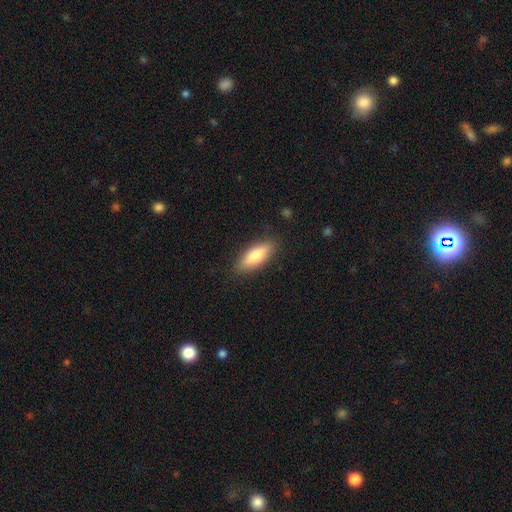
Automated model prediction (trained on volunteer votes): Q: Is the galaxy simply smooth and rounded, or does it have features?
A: smooth — 72%.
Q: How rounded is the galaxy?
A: in between — 60%.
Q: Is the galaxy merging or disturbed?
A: none — 86%.